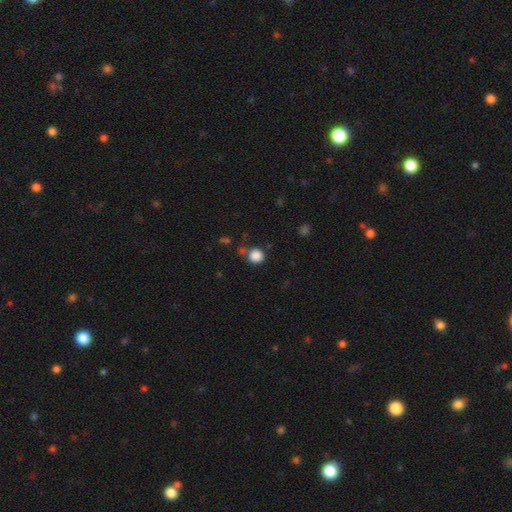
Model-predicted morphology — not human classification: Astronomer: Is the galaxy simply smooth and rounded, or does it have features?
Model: smooth — 86%.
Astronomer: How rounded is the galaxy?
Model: round — 90%.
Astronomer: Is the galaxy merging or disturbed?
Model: none — 75%.